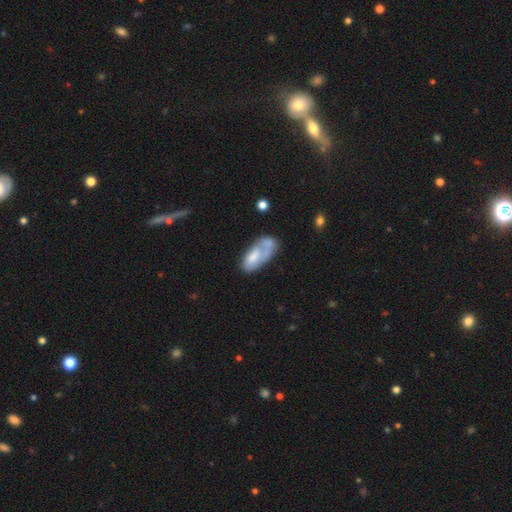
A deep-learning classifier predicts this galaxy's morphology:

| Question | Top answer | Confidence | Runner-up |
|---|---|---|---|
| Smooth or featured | smooth | 54% | featured or disk (39%) |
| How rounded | in between | 87% | cigar-shaped (10%) |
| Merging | none | 29% | merger (28%) |